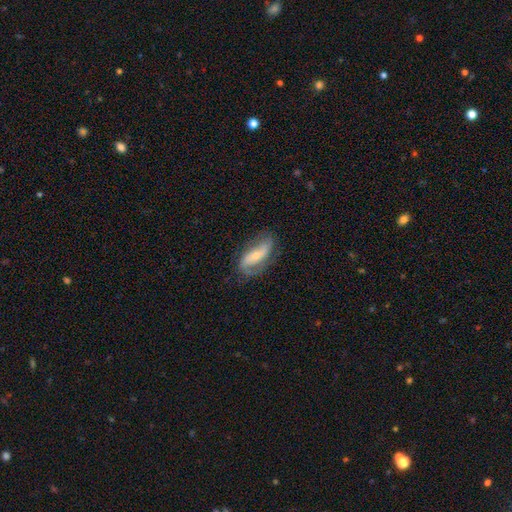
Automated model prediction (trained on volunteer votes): The model was most divided on "bar": strong: 40%, no: 31%, weak: 29%. Remaining: edge-on disk — no (91%); spiral arms — yes (88%); spiral arm count — 2 (84%); smooth or featured — featured or disk (72%); merging — none (68%); bulge size — small (58%); spiral winding — loose (48%).